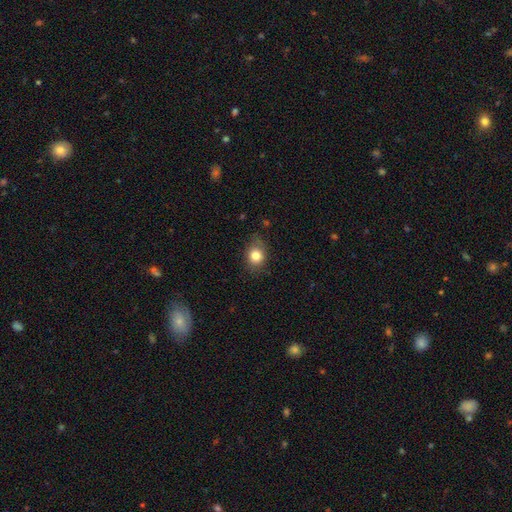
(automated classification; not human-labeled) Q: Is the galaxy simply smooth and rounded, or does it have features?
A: smooth — 81%.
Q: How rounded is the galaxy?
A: round — 53%.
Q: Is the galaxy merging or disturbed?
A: none — 72%.